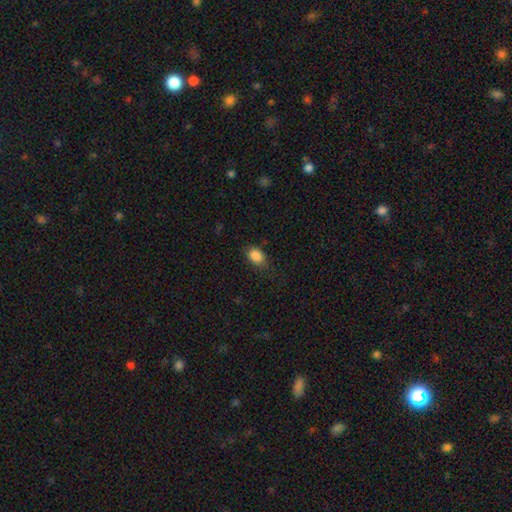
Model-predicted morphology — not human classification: A smooth galaxy with no disk features (87%) that is in between round and cigar-shaped (78%). Merging: none (70%).